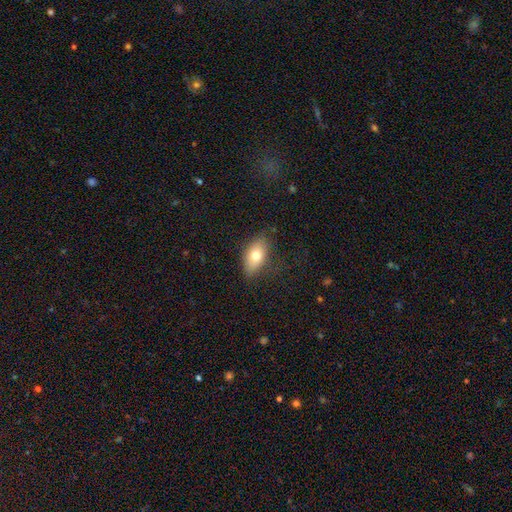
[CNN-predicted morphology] This is likely a smooth galaxy (73%). How rounded: clearly in between (87%). Merging: likely none (77%).